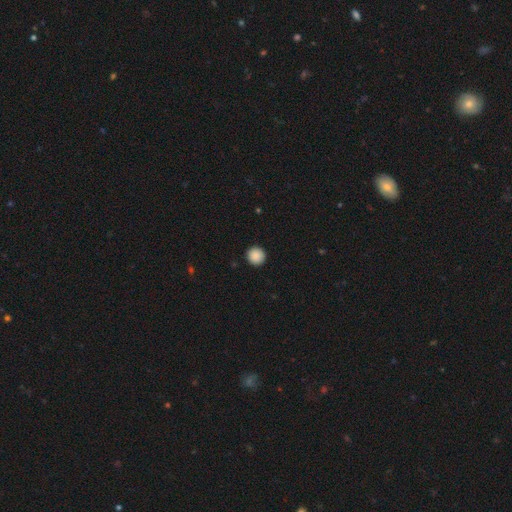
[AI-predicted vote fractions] smooth_or_featured: smooth (p=0.89) [alt: star or artifact p=0.08]
how_rounded: round (p=0.95) [alt: in between p=0.04]
merging: none (p=0.93) [alt: minor disturbance p=0.05]